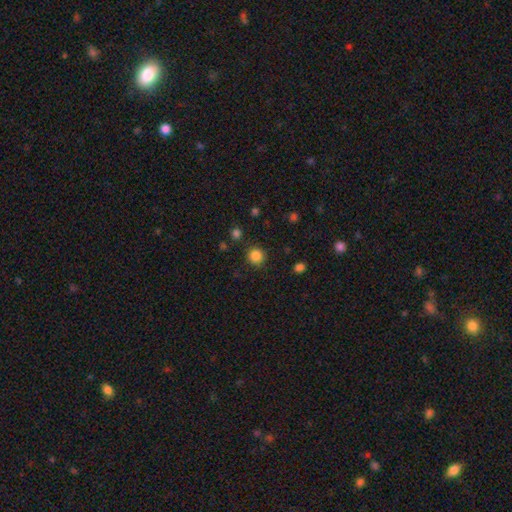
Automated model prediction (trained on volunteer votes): A smooth galaxy with no disk features (84%) that is round (93%).

Vote fractions:
- Smooth or featured? smooth: 84% / star or artifact: 12% / featured or disk: 4%
- How rounded? round: 93% / in between: 6% / cigar-shaped: 1%
- Merging? none: 88% / minor disturbance: 7% / major disturbance: 3% / merger: 2%